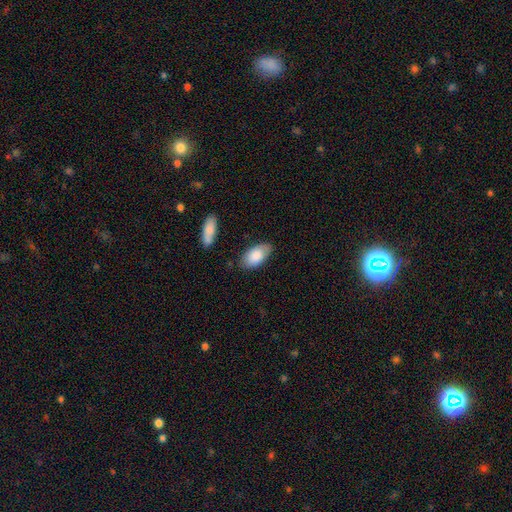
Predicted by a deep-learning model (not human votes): The model was most divided on "merging": none: 77%, minor disturbance: 17%, major disturbance: 3%, merger: 3%. More confident: how rounded — in between (94%); smooth or featured — smooth (84%).